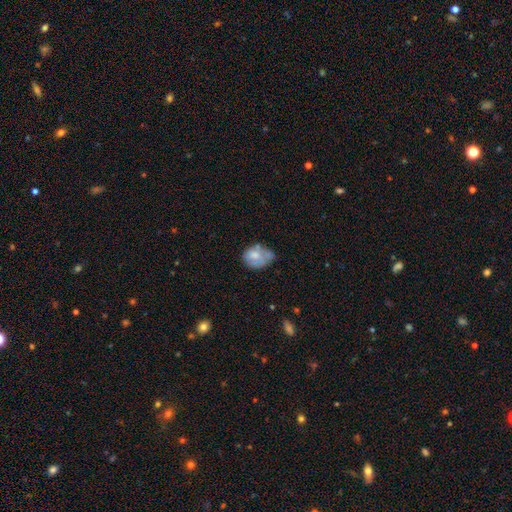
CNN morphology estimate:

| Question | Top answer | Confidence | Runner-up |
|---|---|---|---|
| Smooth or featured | smooth | 60% | featured or disk (32%) |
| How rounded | in between | 66% | round (33%) |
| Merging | minor disturbance | 35% | none (34%) |